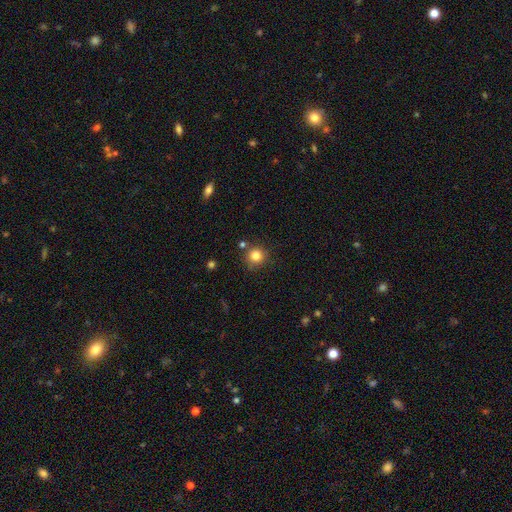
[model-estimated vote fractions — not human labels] Smooth or featured? Predicted: smooth (p=0.82). How rounded? Predicted: round (p=0.93). Merging? Predicted: none (p=0.81).